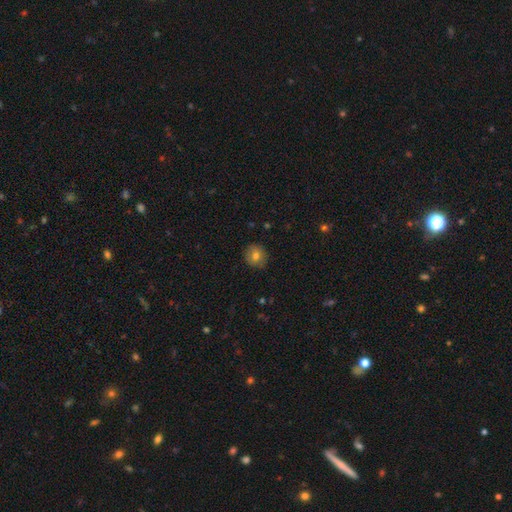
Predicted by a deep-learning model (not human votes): Q: Smooth or featured?
A: smooth (76%); runner-up: featured or disk (14%)
Q: How rounded?
A: round (89%); runner-up: in between (10%)
Q: Merging?
A: none (86%); runner-up: minor disturbance (11%)